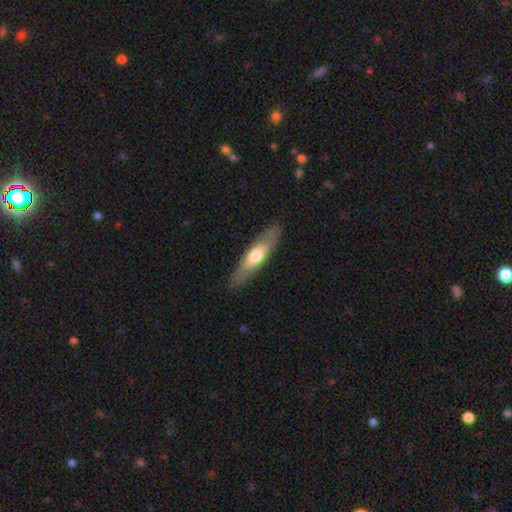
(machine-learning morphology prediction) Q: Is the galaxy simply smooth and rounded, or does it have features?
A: smooth — 52%.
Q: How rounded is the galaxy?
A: cigar-shaped — 63%.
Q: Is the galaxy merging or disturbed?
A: none — 86%.